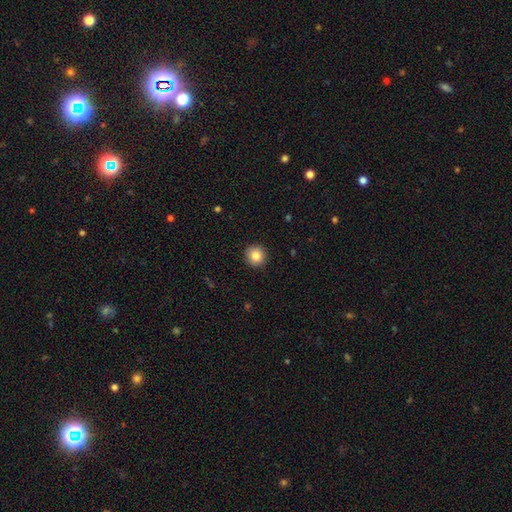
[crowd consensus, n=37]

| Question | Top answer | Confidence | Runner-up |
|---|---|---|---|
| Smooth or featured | smooth | 97% | featured or disk (3%) |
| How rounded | round | 94% | in between (3%) |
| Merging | none | 86% | minor disturbance (8%) |